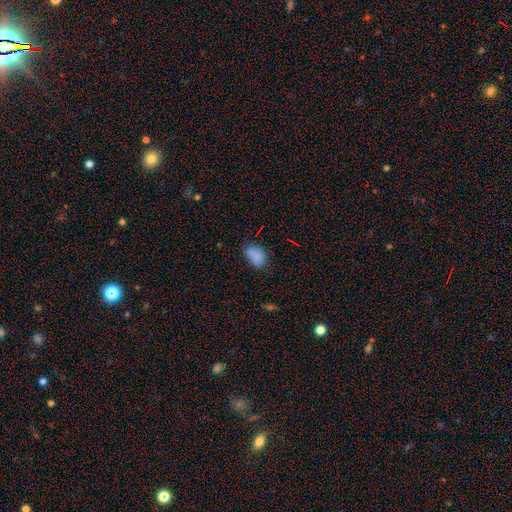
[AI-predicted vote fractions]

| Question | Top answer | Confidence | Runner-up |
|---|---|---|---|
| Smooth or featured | smooth | 81% | star or artifact (12%) |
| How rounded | in between | 82% | round (16%) |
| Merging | none | 66% | minor disturbance (25%) |